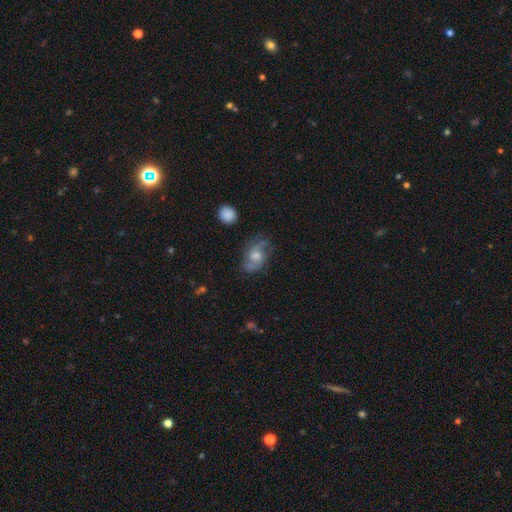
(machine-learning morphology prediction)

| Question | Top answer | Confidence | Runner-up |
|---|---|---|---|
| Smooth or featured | featured or disk | 73% | smooth (20%) |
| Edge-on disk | no | 97% | yes (3%) |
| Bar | no | 51% | weak (42%) |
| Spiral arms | yes | 92% | no (8%) |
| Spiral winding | medium | 47% | loose (38%) |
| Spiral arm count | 2 | 84% | can't tell (7%) |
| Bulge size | moderate | 53% | small (30%) |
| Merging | none | 67% | minor disturbance (21%) |